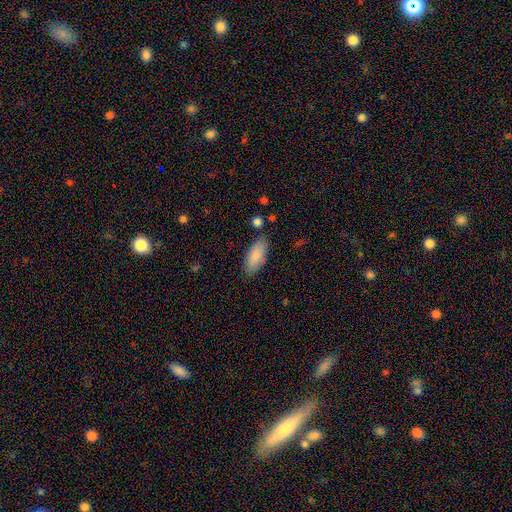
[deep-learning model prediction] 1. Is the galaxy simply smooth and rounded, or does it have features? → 85% smooth, 9% featured or disk, 6% star or artifact.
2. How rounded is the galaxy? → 85% in between, 13% cigar-shaped, 2% round.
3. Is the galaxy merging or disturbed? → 82% none, 13% minor disturbance, 3% major disturbance, 3% merger.